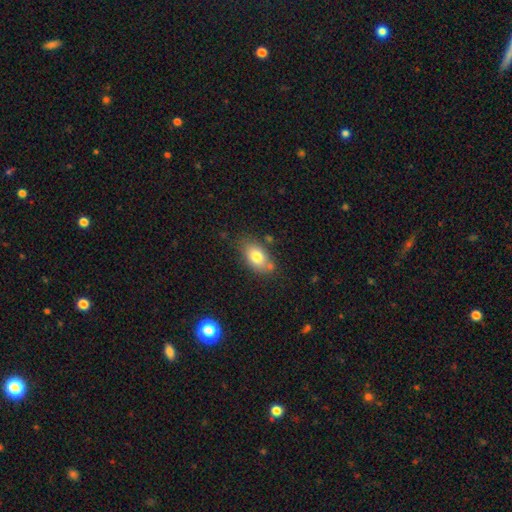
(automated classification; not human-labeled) Q: Smooth or featured?
A: smooth (78%); runner-up: featured or disk (13%)
Q: How rounded?
A: in between (87%); runner-up: round (11%)
Q: Merging?
A: none (71%); runner-up: minor disturbance (18%)